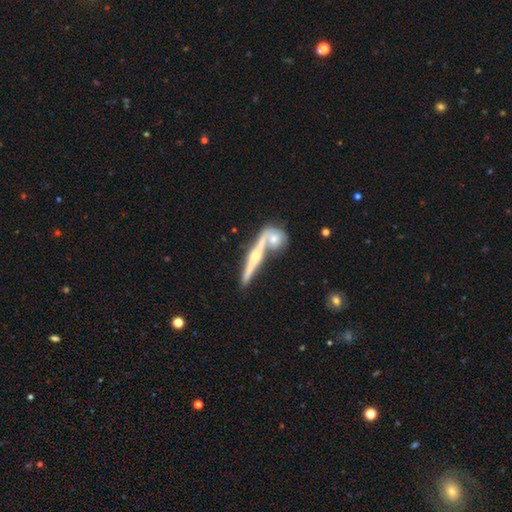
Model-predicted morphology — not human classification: smooth-or-featured: featured or disk: 78% | smooth: 16% | star or artifact: 6%
  disk-edge-on: yes: 96% | no: 4%
    edge-on-bulge: rounded: 87% | none: 8% | boxy: 5%
  merging: none: 61% | merger: 28% | minor disturbance: 8% | major disturbance: 3%